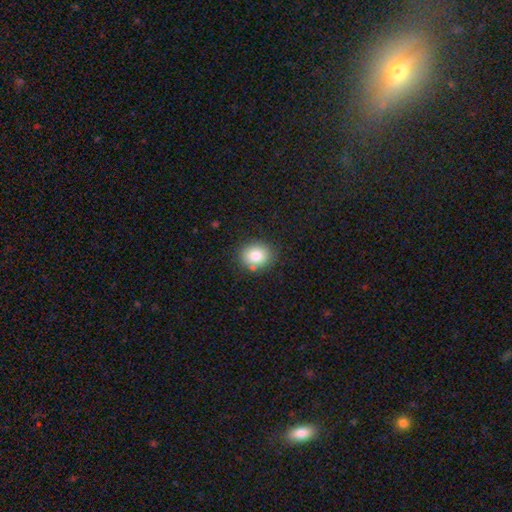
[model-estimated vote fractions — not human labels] Smooth or featured? smooth (82%)
How rounded? round (72%)
Merging? none (82%)